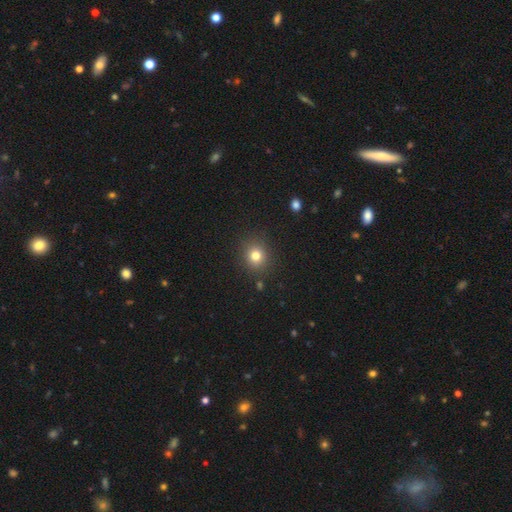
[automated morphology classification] Smooth or featured? smooth (78%)
How rounded? round (83%)
Merging? none (88%)